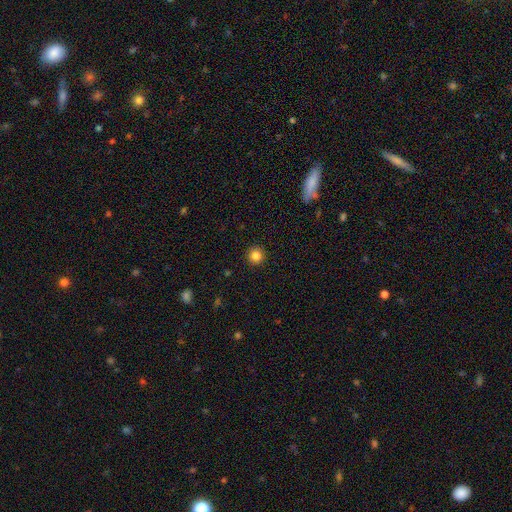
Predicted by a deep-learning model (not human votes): smooth-or-featured: smooth: 84% | star or artifact: 11% | featured or disk: 5%
  how-rounded: round: 95% | in between: 4% | cigar-shaped: 1%
  merging: none: 93% | minor disturbance: 5% | major disturbance: 2% | merger: 1%